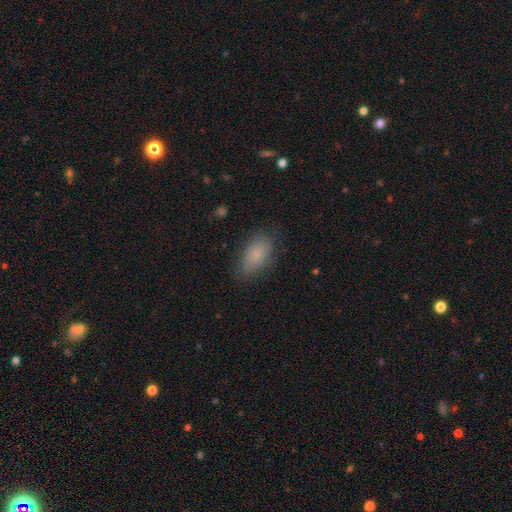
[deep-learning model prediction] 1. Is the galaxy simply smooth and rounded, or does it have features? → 78% smooth, 14% featured or disk, 8% star or artifact.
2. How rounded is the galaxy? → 92% in between, 6% round, 3% cigar-shaped.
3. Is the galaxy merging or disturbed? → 76% none, 17% minor disturbance, 6% major disturbance, 1% merger.